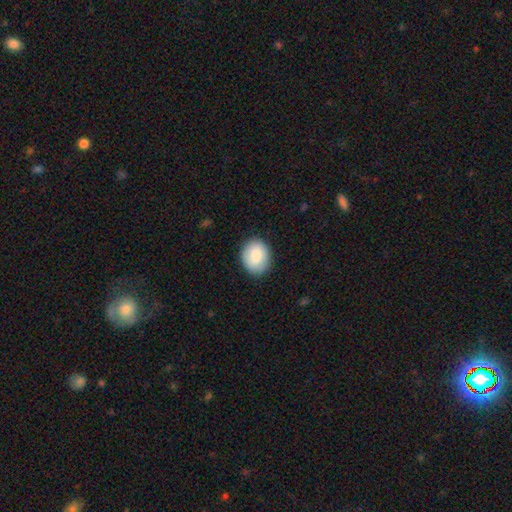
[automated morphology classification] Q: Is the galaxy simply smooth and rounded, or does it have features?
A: smooth — 84%.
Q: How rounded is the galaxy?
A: round — 53%.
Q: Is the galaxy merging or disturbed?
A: none — 86%.